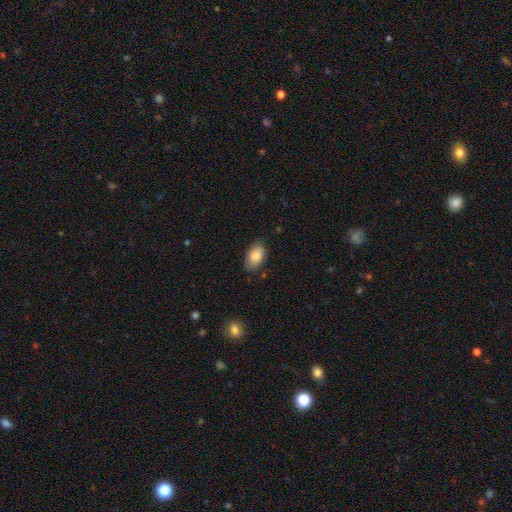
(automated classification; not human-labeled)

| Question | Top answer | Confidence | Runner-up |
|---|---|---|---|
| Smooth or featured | smooth | 84% | featured or disk (10%) |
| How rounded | in between | 93% | round (6%) |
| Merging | none | 79% | minor disturbance (16%) |